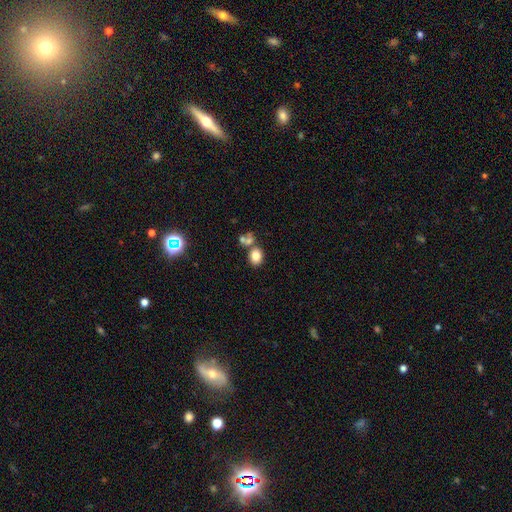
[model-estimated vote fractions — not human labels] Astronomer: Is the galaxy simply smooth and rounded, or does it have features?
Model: smooth — 79%.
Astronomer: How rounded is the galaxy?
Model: in between — 55% (runner-up: round, 44%).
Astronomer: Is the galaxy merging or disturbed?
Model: none — 55%.